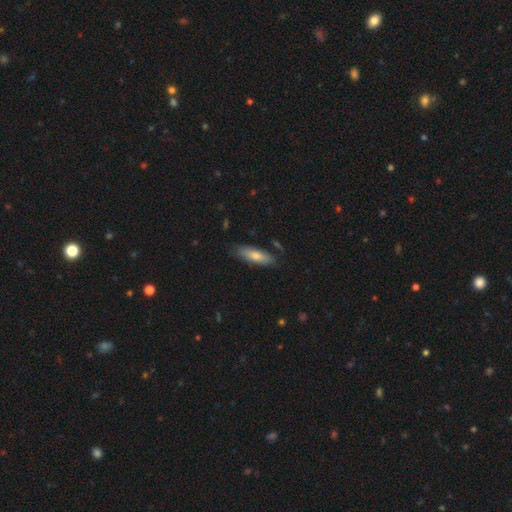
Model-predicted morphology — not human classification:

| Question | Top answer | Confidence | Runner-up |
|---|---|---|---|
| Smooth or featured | smooth | 72% | featured or disk (22%) |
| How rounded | in between | 53% | cigar-shaped (45%) |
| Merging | none | 77% | minor disturbance (17%) |